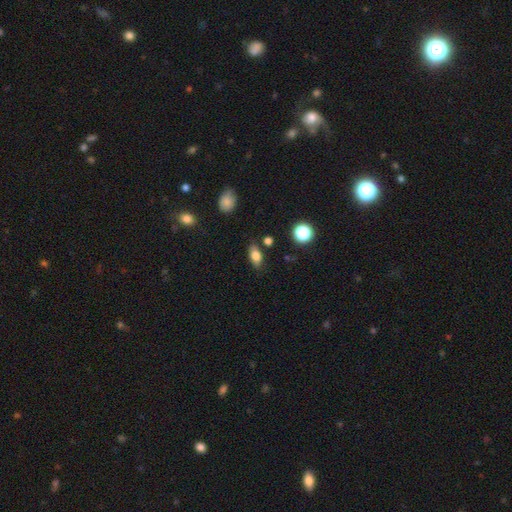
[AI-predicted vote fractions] A smooth galaxy with no disk features (78%) that is in between round and cigar-shaped (84%).

Vote fractions:
- Smooth or featured? smooth: 78% / featured or disk: 13% / star or artifact: 10%
- How rounded? in between: 84% / round: 8% / cigar-shaped: 8%
- Merging? none: 80% / minor disturbance: 14% / major disturbance: 3% / merger: 3%